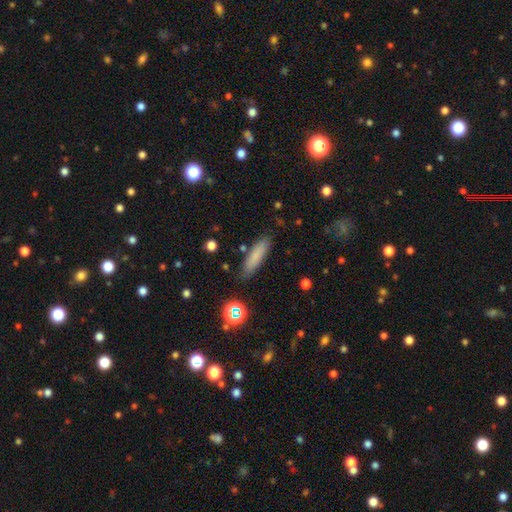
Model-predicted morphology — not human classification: A smooth galaxy with no disk features (79%) that is cigar-shaped (74%). Merging: none (84%).